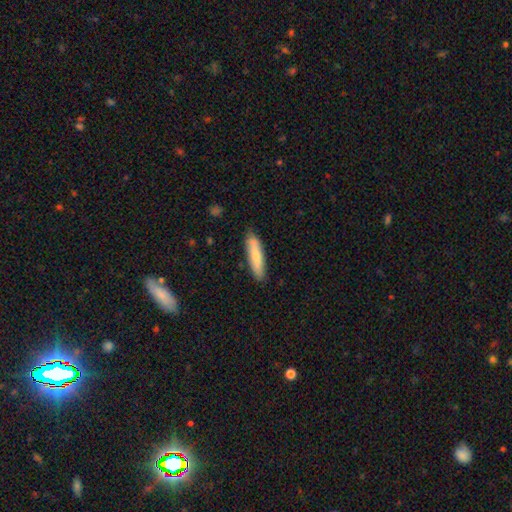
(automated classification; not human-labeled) Q: Smooth or featured?
A: smooth (73%); runner-up: featured or disk (21%)
Q: How rounded?
A: cigar-shaped (76%); runner-up: in between (23%)
Q: Merging?
A: none (82%); runner-up: minor disturbance (14%)